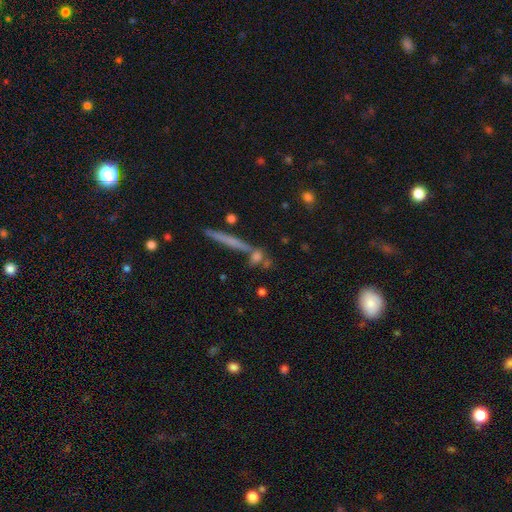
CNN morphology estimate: type=smooth (42%, tied with featured or disk); merging=none (73%).